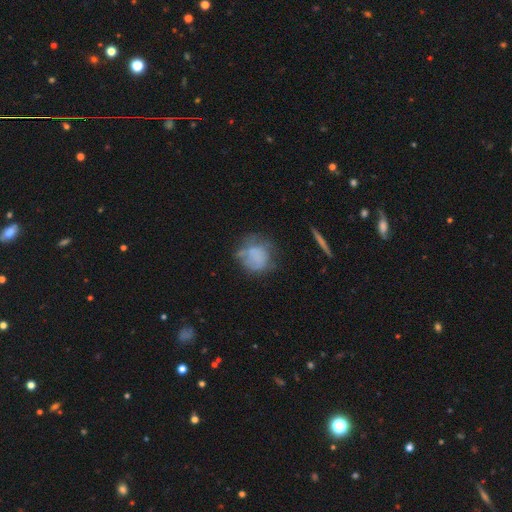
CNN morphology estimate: A smooth galaxy with no disk features (59%) that is round (79%).

Vote fractions:
- Smooth or featured? smooth: 59% / featured or disk: 31% / star or artifact: 10%
- How rounded? round: 79% / in between: 20% / cigar-shaped: 1%
- Merging? none: 45% / minor disturbance: 27% / major disturbance: 22% / merger: 5%